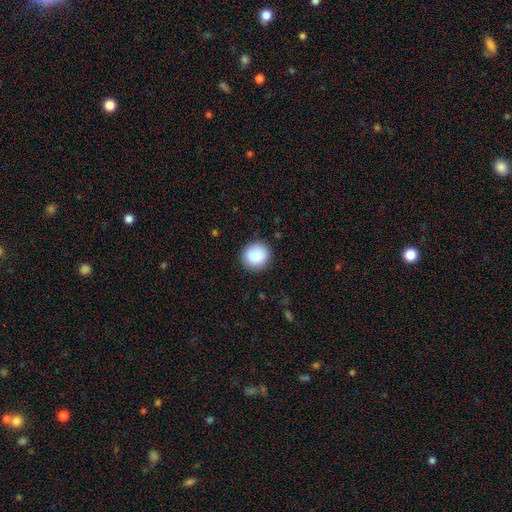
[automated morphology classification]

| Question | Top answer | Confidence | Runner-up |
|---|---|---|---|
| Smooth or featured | smooth | 88% | star or artifact (8%) |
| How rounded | round | 85% | in between (14%) |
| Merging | none | 87% | minor disturbance (9%) |